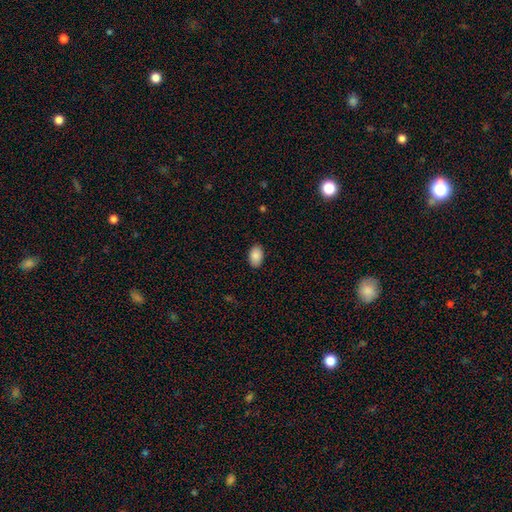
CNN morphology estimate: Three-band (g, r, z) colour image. It shows a smooth galaxy with no disk features (89%) that is in between round and cigar-shaped (91%). Merging: none (88%).